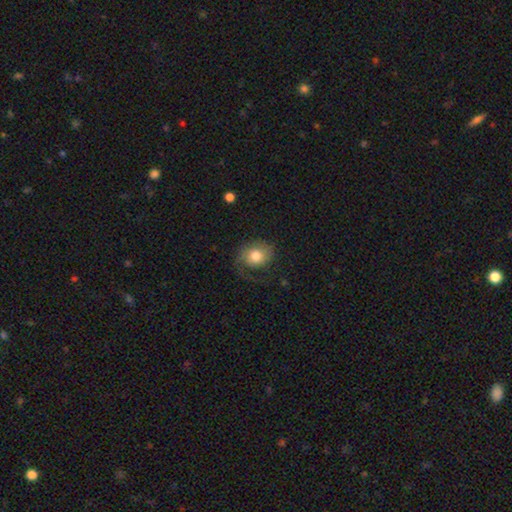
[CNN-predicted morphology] Q: Smooth or featured?
A: smooth (62%); runner-up: featured or disk (30%)
Q: How rounded?
A: round (60%); runner-up: in between (39%)
Q: Merging?
A: none (51%); runner-up: major disturbance (26%)